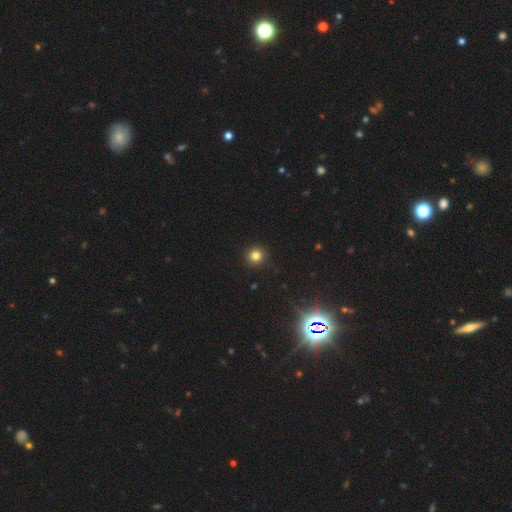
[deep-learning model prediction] This is clearly a smooth galaxy (80%). How rounded: clearly round (95%). Merging: clearly none (92%).